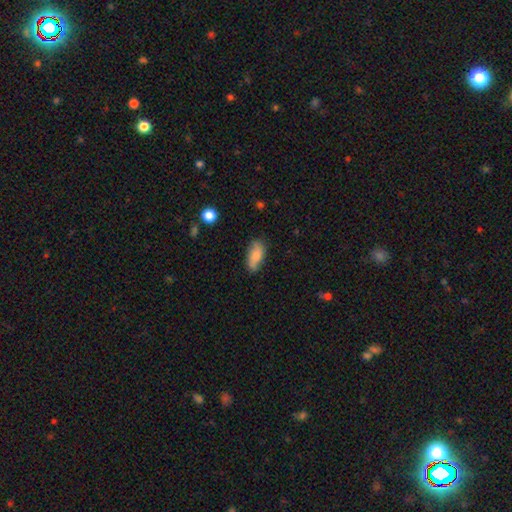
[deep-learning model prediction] smooth-or-featured: smooth: 74% | featured or disk: 18% | star or artifact: 7%
  how-rounded: in between: 86% | cigar-shaped: 11% | round: 3%
  merging: none: 70% | minor disturbance: 23% | major disturbance: 5% | merger: 2%